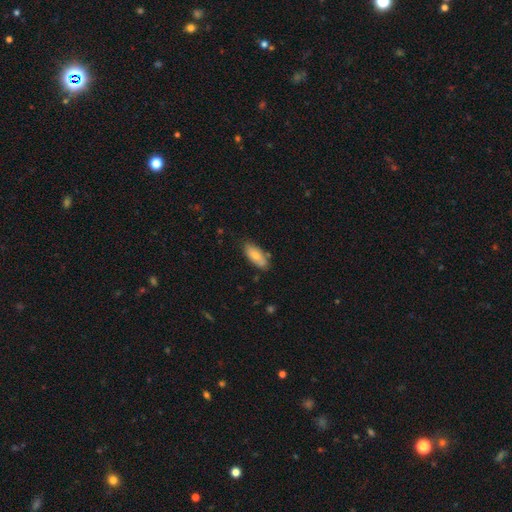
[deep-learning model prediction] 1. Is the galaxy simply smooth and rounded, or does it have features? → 76% smooth, 18% featured or disk, 6% star or artifact.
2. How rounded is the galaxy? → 83% in between, 15% cigar-shaped, 2% round.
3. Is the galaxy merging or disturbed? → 75% none, 19% minor disturbance, 3% merger, 3% major disturbance.